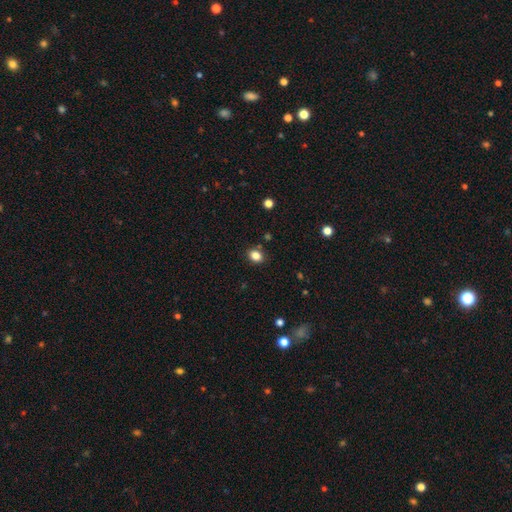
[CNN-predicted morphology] The model was most divided on "how rounded": in between: 57%, round: 42%, cigar-shaped: 1%. More confident: merging — none (85%); smooth or featured — smooth (85%).